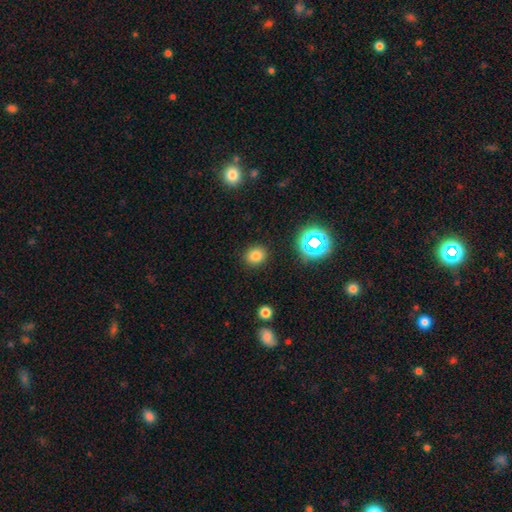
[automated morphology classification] Smooth or featured? Predicted: smooth (p=0.78). How rounded? Predicted: round (p=0.73). Merging? Predicted: none (p=0.89).